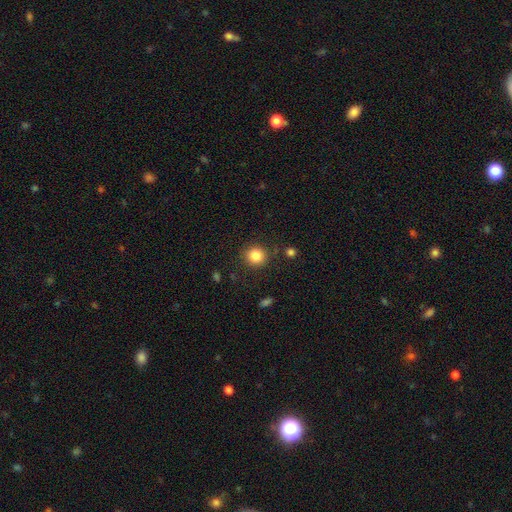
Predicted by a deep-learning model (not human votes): Morphology: type=smooth (84%); roundness=round (89%); merging=none (87%).